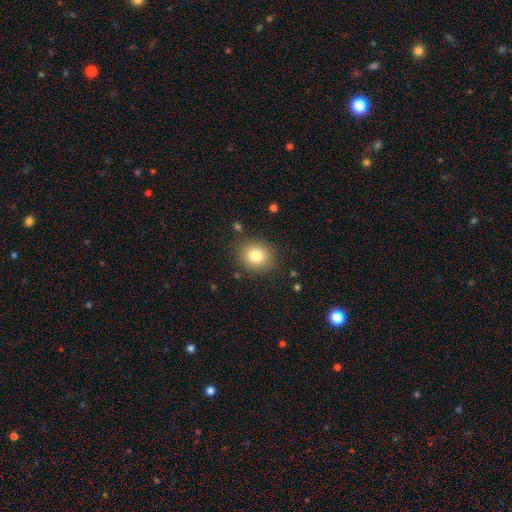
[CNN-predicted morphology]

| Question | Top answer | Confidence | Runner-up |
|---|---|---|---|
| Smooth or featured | smooth | 81% | star or artifact (11%) |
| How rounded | round | 71% | in between (28%) |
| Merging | none | 86% | minor disturbance (10%) |